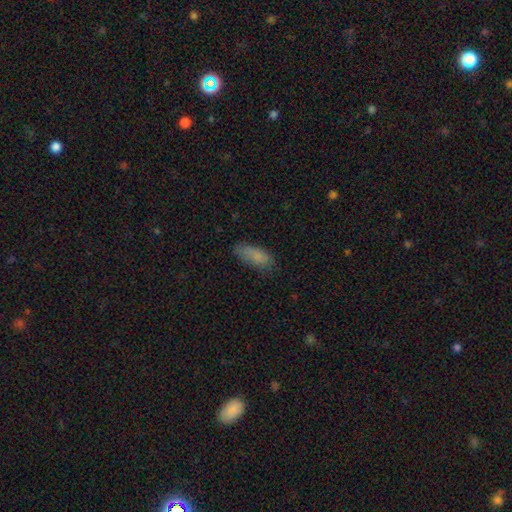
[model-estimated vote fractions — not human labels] Smooth or featured: smooth — 82% (featured or disk — 9%)
How rounded: in between — 75% (cigar-shaped — 22%)
Merging: none — 65% (minor disturbance — 26%)